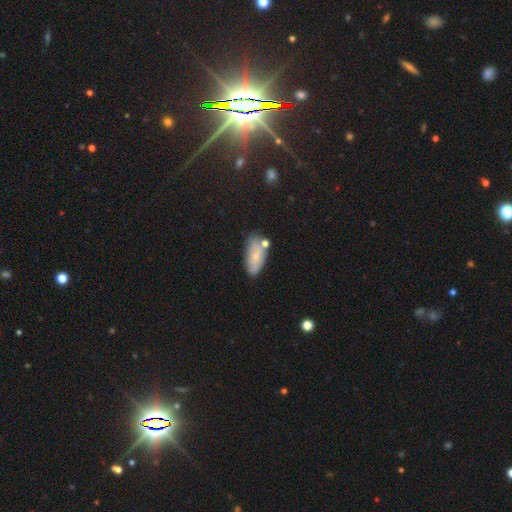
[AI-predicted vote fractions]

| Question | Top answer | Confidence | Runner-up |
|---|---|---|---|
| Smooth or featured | smooth | 74% | featured or disk (19%) |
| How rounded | in between | 88% | cigar-shaped (9%) |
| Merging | none | 62% | minor disturbance (22%) |